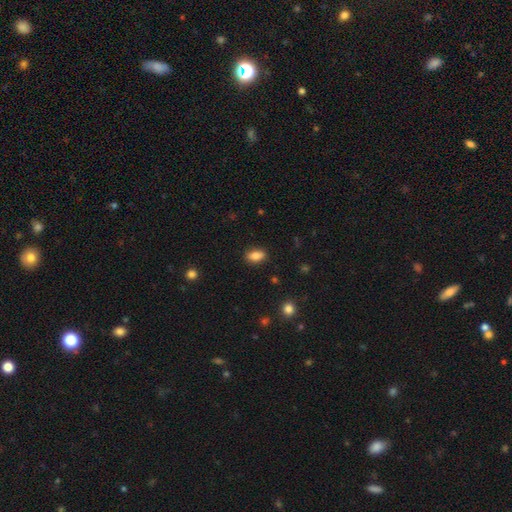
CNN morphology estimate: type=smooth (85%); roundness=in between (88%); merging=none (87%).